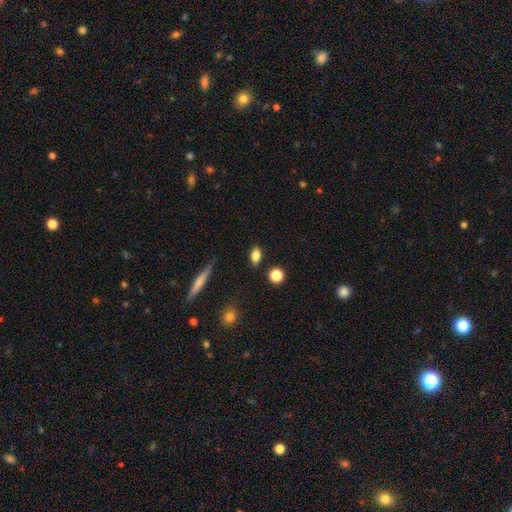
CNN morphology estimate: Smooth or featured? smooth (83%)
How rounded? in between (79%)
Merging? none (85%)